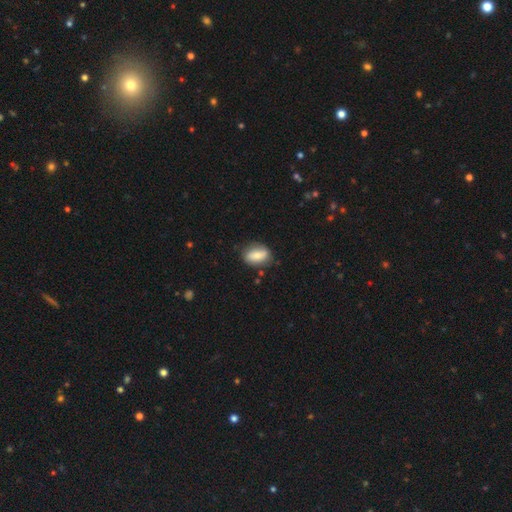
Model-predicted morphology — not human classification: Smooth or featured: smooth — 68% (featured or disk — 24%)
How rounded: in between — 79% (round — 19%)
Merging: none — 74% (minor disturbance — 19%)